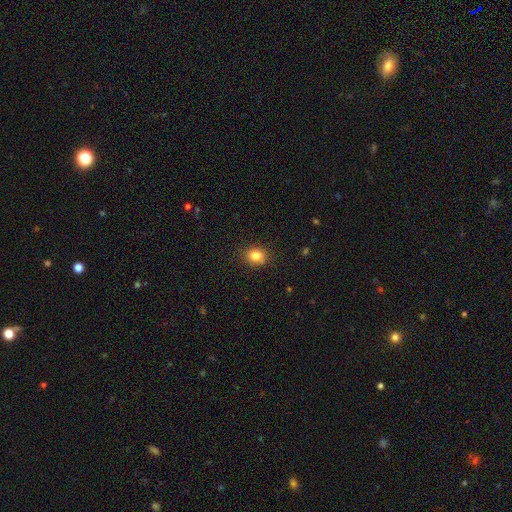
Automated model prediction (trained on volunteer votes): The model was most divided on "how rounded": round: 63%, in between: 36%, cigar-shaped: 1%. More confident: merging — none (87%); smooth or featured — smooth (83%).